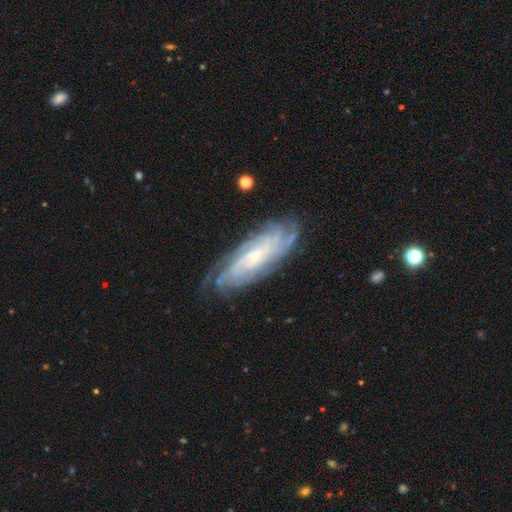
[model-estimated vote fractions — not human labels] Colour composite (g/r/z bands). It shows a featured or disk galaxy (85%) with no bar (56%), tight (74%) spiral arms (97%) and a small central bulge (70%). Merging: none (78%).